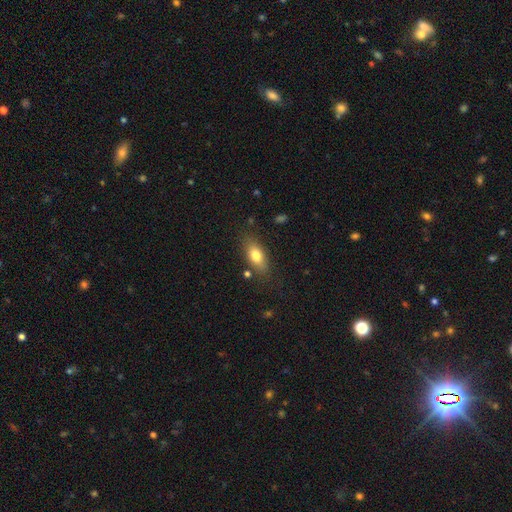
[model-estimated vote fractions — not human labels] A smooth galaxy with no disk features (76%) that is in between round and cigar-shaped (82%). Merging: none (78%).